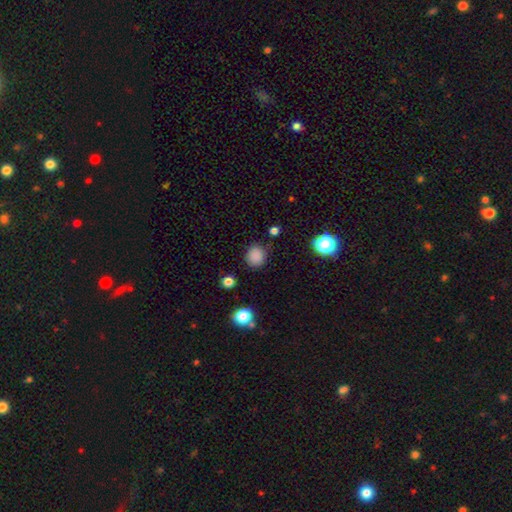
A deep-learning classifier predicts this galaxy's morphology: This appears to be a smooth galaxy with no disk features (84%) that is round (82%). Merging: none (85%).